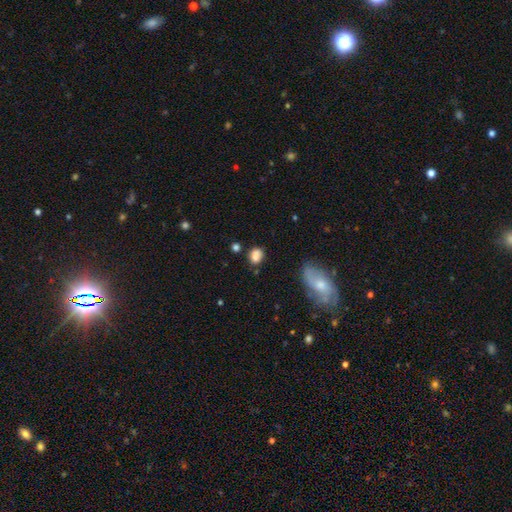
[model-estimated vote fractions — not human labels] smooth_or_featured: smooth (p=0.79) [alt: star or artifact p=0.12]
how_rounded: in between (p=0.53) [alt: round p=0.45]
merging: none (p=0.64) [alt: minor disturbance p=0.20]